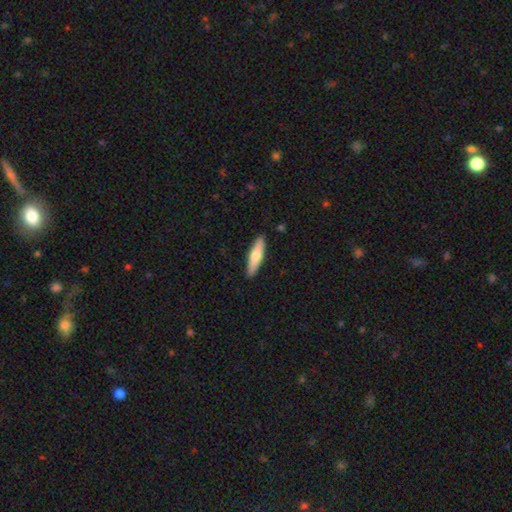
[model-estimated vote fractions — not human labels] Smooth or featured? smooth (60%)
How rounded? cigar-shaped (70%)
Merging? none (90%)